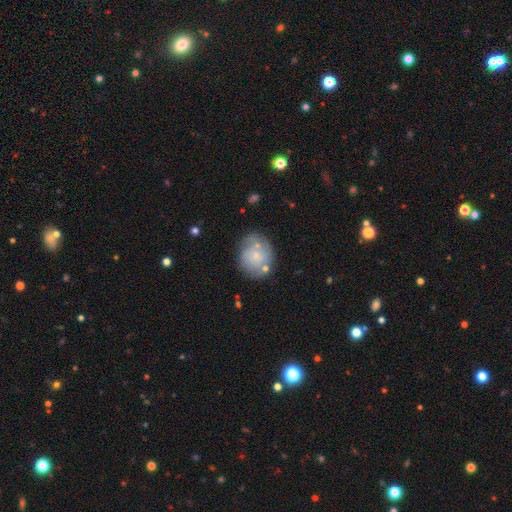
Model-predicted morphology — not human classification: Smooth or featured?
  - smooth: 63% *
  - featured or disk: 29%
  - star or artifact: 8%
How rounded?
  - round: 66% *
  - in between: 33%
  - cigar-shaped: 1%
Merging?
  - none: 61% *
  - minor disturbance: 21%
  - merger: 10%
  - major disturbance: 7%